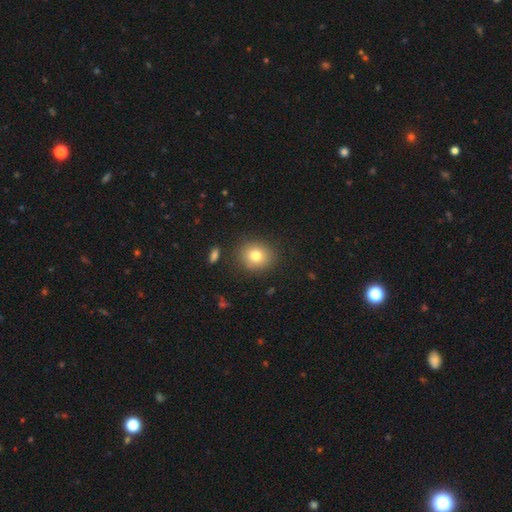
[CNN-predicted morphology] Smooth or featured?
  - smooth: 78% *
  - star or artifact: 11%
  - featured or disk: 10%
How rounded?
  - round: 77% *
  - in between: 22%
  - cigar-shaped: 1%
Merging?
  - none: 86% *
  - minor disturbance: 9%
  - major disturbance: 3%
  - merger: 2%